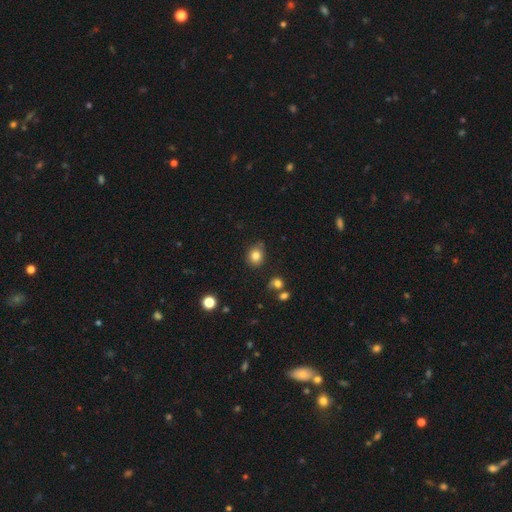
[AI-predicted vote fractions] This is clearly a smooth galaxy (82%). How rounded: likely round (70%). Merging: likely none (74%).